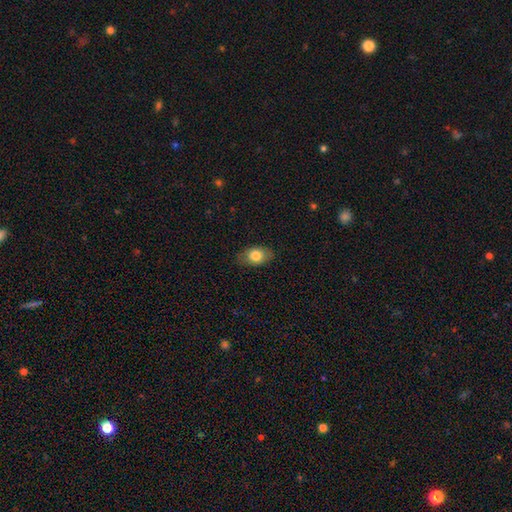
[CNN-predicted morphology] Smooth or featured: smooth — 79% (featured or disk — 13%)
How rounded: in between — 81% (round — 17%)
Merging: none — 81% (minor disturbance — 15%)